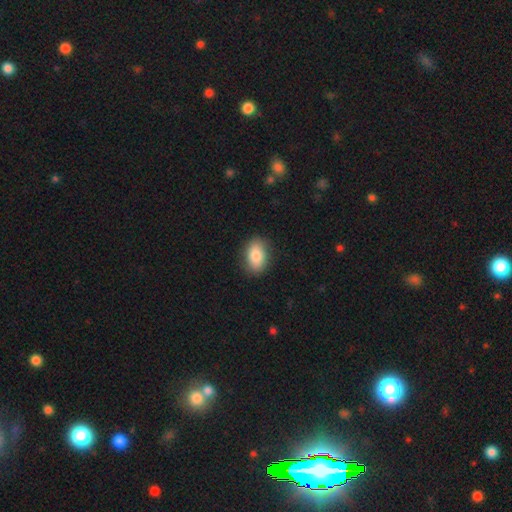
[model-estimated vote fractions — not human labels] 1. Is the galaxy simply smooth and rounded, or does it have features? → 83% smooth, 10% featured or disk, 7% star or artifact.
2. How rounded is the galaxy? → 85% in between, 13% round, 2% cigar-shaped.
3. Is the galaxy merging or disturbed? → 86% none, 10% minor disturbance, 3% major disturbance, 1% merger.